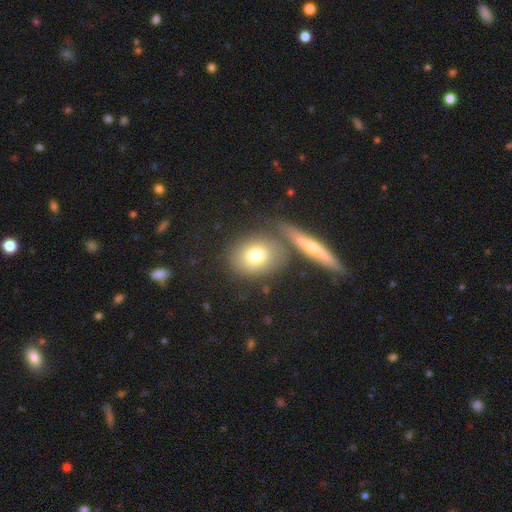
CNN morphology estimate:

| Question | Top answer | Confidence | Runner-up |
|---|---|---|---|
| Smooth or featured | smooth | 74% | featured or disk (18%) |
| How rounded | in between | 49% | round (47%) |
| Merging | none | 62% | merger (20%) |